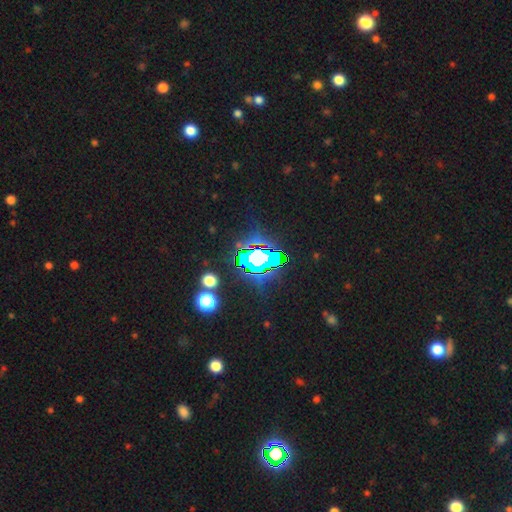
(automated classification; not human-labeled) smooth_or_featured: star or artifact (p=0.78) [alt: smooth p=0.12]